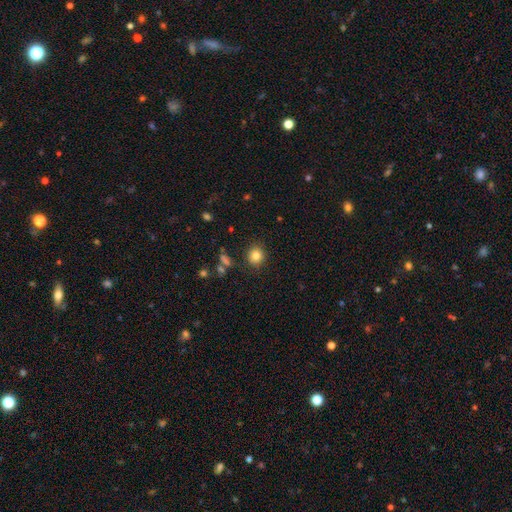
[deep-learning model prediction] smooth 83%, star or artifact 11%, featured or disk 6%. Down the decision tree: how rounded — round (86%); merging — none (87%).